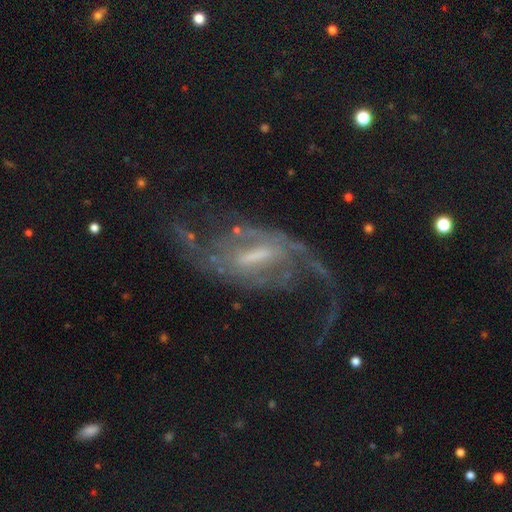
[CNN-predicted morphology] Smooth or featured: featured or disk — 88% (star or artifact — 6%)
Edge-on disk: no — 95% (yes — 5%)
Bar: weak — 45% (strong — 42%)
Spiral arms: yes — 94% (no — 6%)
Spiral winding: loose — 55% (medium — 35%)
Spiral arm count: 2 — 81% (can't tell — 7%)
Bulge size: moderate — 34% (small — 33%)
Merging: none — 53% (major disturbance — 27%)